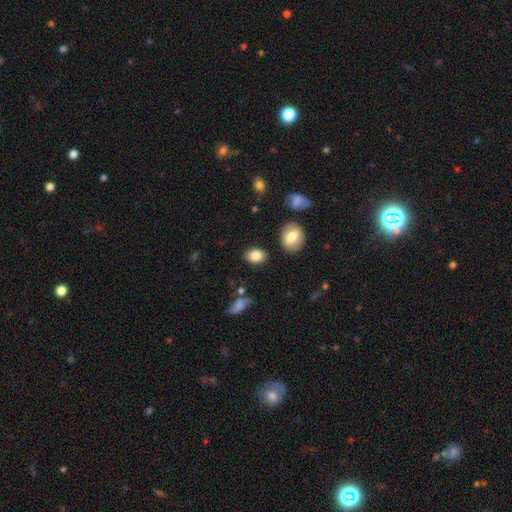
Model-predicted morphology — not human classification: Smooth or featured: smooth — 84% (star or artifact — 8%)
How rounded: in between — 74% (round — 24%)
Merging: none — 85% (minor disturbance — 9%)